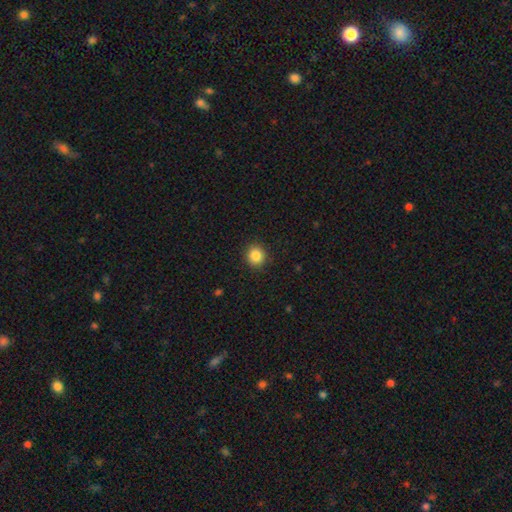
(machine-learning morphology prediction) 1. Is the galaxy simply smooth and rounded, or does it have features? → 86% smooth, 10% star or artifact, 4% featured or disk.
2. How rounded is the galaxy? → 90% round, 9% in between, 1% cigar-shaped.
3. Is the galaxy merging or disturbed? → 91% none, 6% minor disturbance, 2% major disturbance, 1% merger.